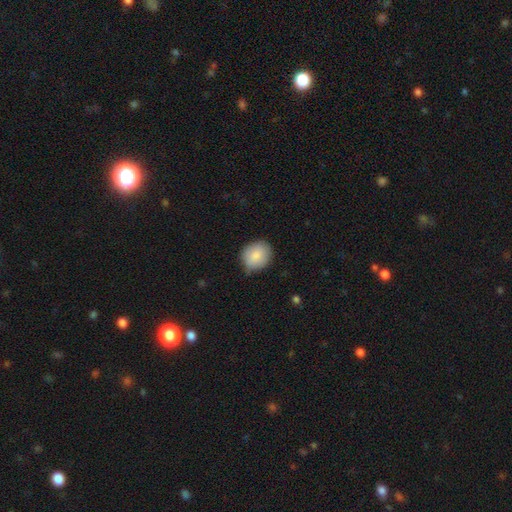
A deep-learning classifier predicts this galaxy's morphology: Smooth or featured? smooth (85%)
How rounded? round (58%)
Merging? none (71%)